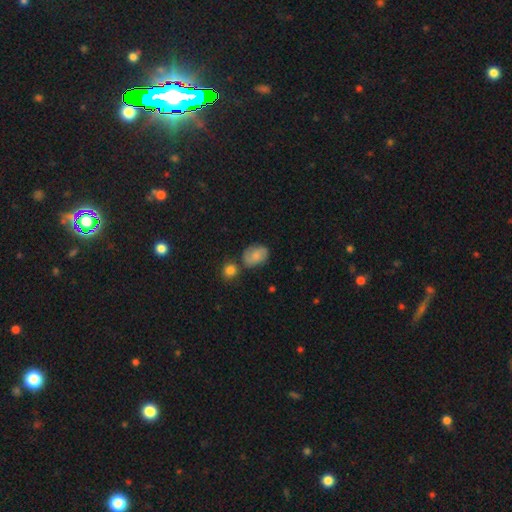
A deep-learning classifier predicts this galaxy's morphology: Smooth or featured: smooth — 47% (featured or disk — 44%)
Merging: none — 63% (minor disturbance — 19%)